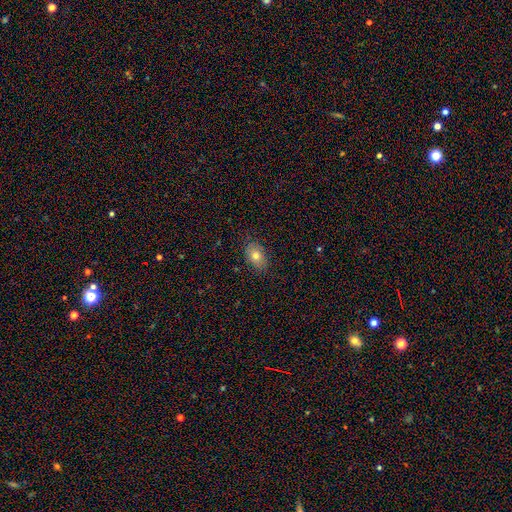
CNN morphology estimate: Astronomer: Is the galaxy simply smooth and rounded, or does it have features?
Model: smooth — 74%.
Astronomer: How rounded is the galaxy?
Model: in between — 82%.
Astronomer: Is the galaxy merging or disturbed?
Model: none — 82%.